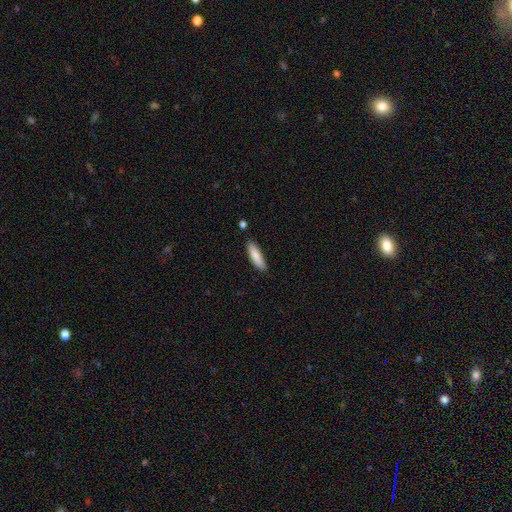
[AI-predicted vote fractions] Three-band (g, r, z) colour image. It shows a smooth galaxy with no disk features (84%) that is cigar-shaped (69%). Merging: none (85%).